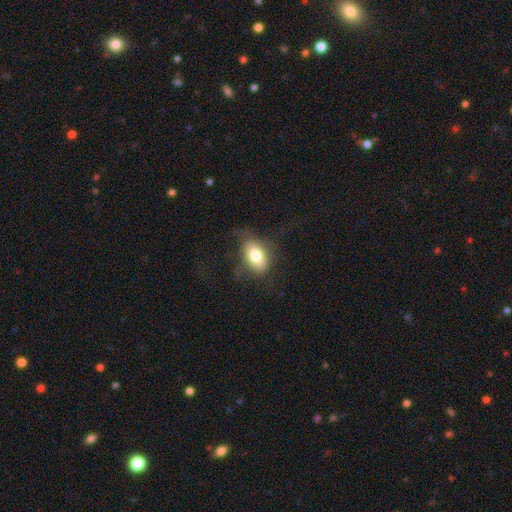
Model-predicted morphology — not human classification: Smooth or featured: smooth — 73% (featured or disk — 18%)
How rounded: in between — 87% (round — 10%)
Merging: none — 60% (minor disturbance — 24%)